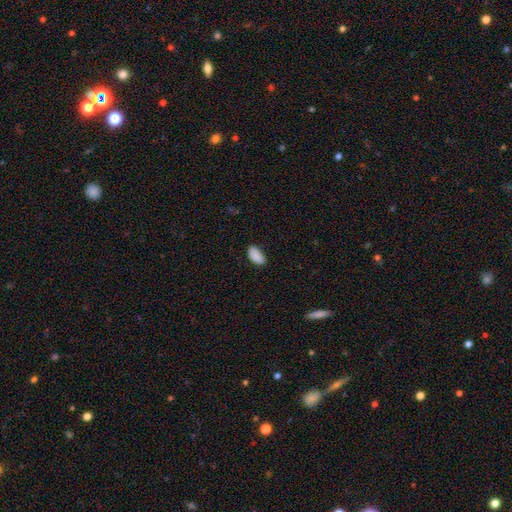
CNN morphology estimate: smooth-or-featured: smooth: 89% | star or artifact: 8% | featured or disk: 3%
  how-rounded: in between: 94% | round: 3% | cigar-shaped: 3%
  merging: none: 79% | minor disturbance: 16% | major disturbance: 3% | merger: 1%